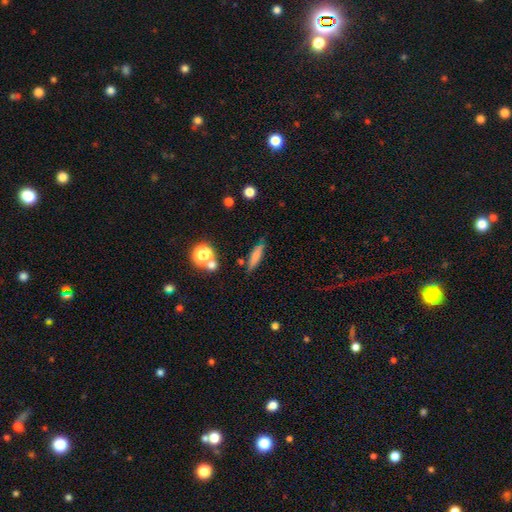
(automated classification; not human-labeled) Smooth or featured?
  - smooth: 71% *
  - featured or disk: 19%
  - star or artifact: 10%
How rounded?
  - cigar-shaped: 74% *
  - in between: 21%
  - round: 5%
Merging?
  - none: 77% *
  - minor disturbance: 13%
  - merger: 7%
  - major disturbance: 4%